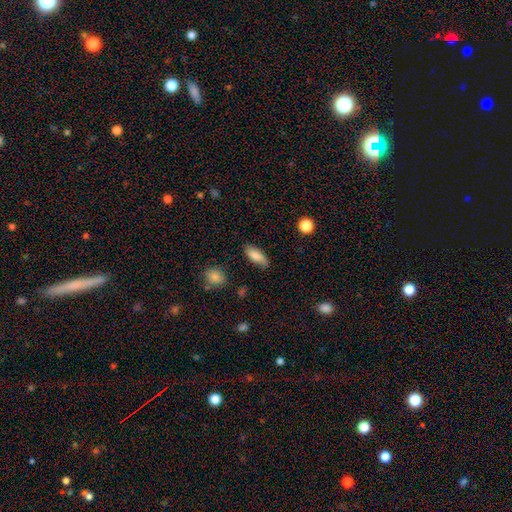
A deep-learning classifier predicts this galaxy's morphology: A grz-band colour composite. It shows a smooth galaxy with no disk features (81%) that is in between round and cigar-shaped (79%). Merging: none (77%).